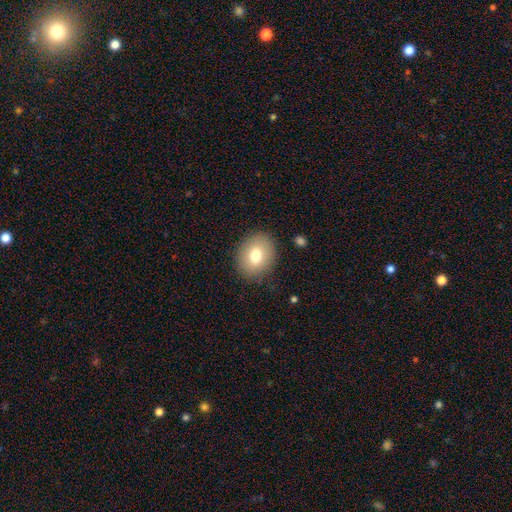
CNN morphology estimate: Smooth or featured: smooth — 75% (featured or disk — 16%)
How rounded: in between — 50% (round — 49%)
Merging: none — 86% (minor disturbance — 10%)